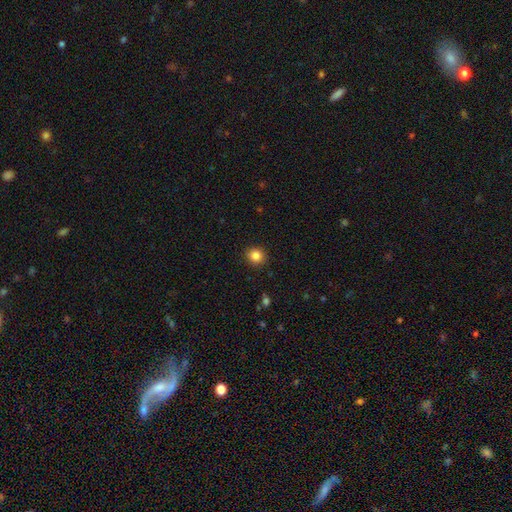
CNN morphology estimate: smooth 86%, star or artifact 10%, featured or disk 4%. Down the decision tree: how rounded — round (87%); merging — none (91%).